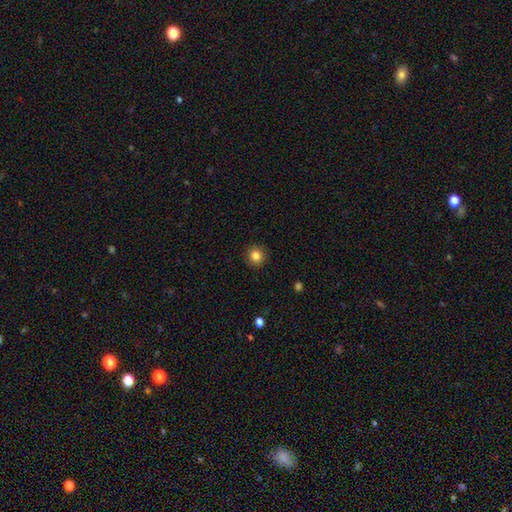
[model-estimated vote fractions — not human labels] This appears to be a smooth galaxy with no disk features (84%) that is round (92%). Merging: none (91%).